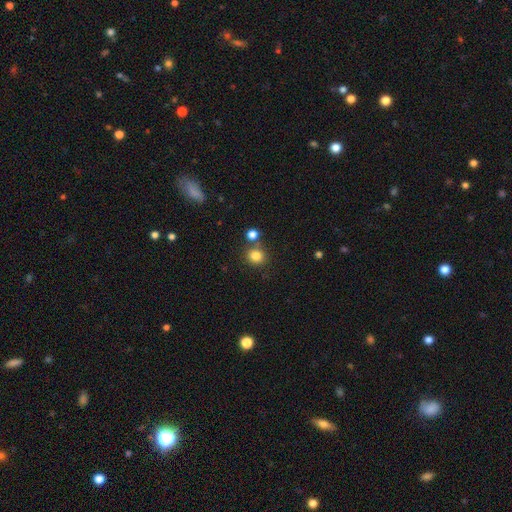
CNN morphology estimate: type=smooth (81%); roundness=round (86%); merging=none (74%).